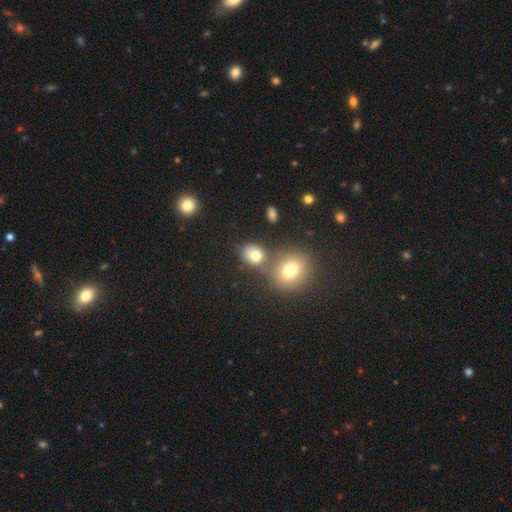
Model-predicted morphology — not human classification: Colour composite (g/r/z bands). It shows a smooth galaxy with no disk features (76%) that is round (68%). Merging: none (55%).